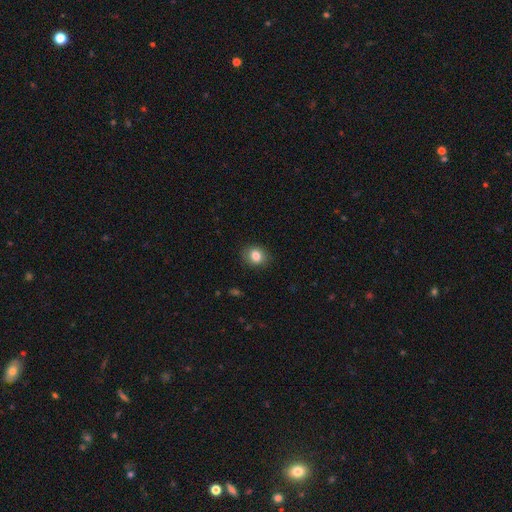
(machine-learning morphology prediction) Q: Smooth or featured?
A: smooth (83%); runner-up: star or artifact (10%)
Q: How rounded?
A: round (59%); runner-up: in between (40%)
Q: Merging?
A: none (88%); runner-up: minor disturbance (9%)